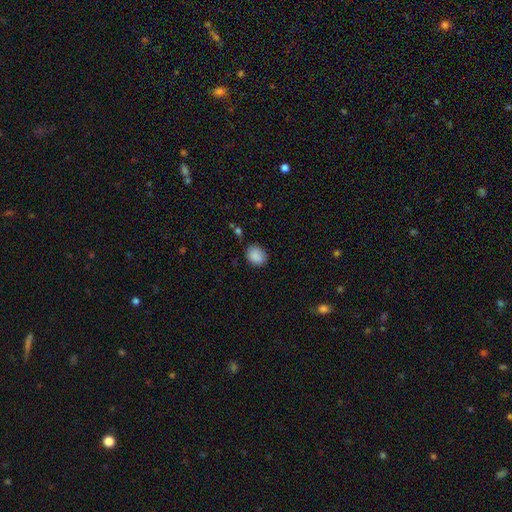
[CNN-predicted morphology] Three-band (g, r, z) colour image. It shows a smooth galaxy with no disk features (88%) that is round (52%). Merging: none (78%).